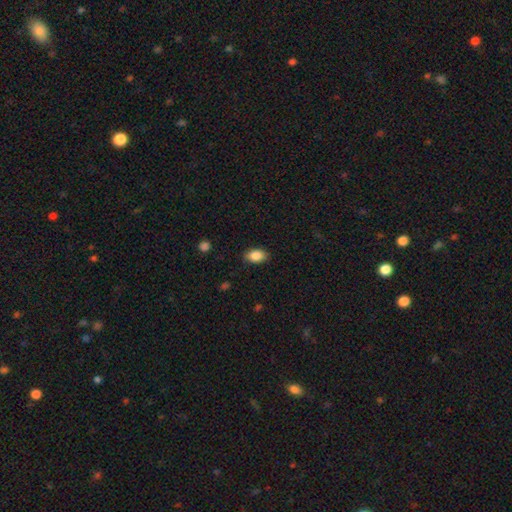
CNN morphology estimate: type=smooth (87%); roundness=in between (89%); merging=none (86%).